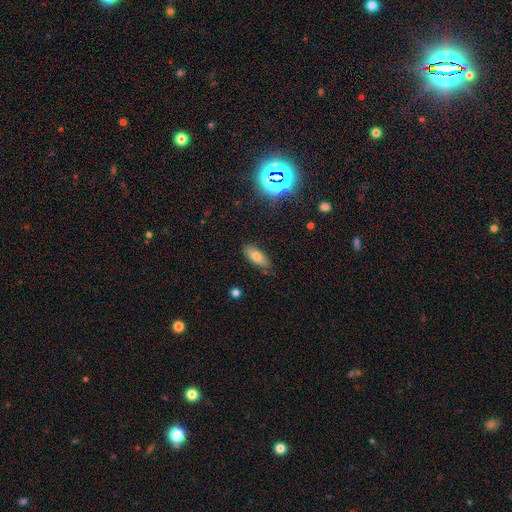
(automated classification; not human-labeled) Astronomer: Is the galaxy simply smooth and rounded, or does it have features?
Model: smooth — 72%.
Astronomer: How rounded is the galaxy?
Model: in between — 80%.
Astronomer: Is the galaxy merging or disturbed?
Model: none — 83%.